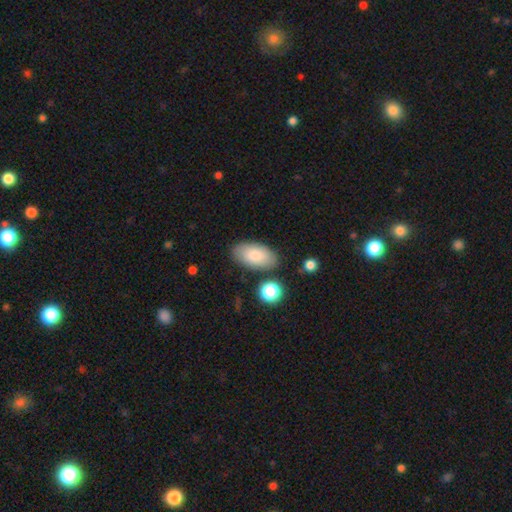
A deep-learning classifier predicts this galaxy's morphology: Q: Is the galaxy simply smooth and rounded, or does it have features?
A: smooth — 82%.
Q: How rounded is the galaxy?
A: in between — 94%.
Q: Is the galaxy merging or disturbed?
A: none — 80%.